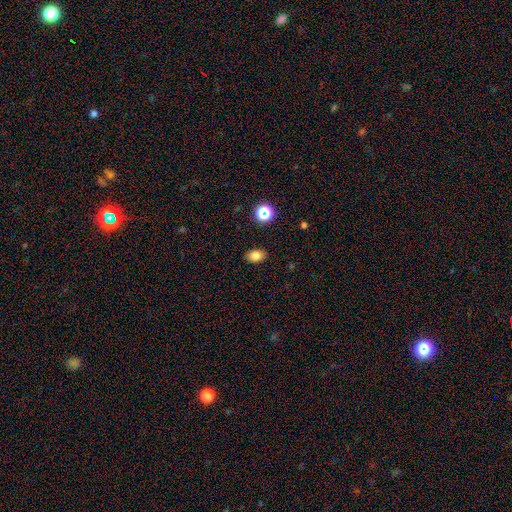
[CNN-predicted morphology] Smooth or featured? Predicted: smooth (p=0.81). How rounded? Predicted: in between (p=0.84). Merging? Predicted: none (p=0.88).